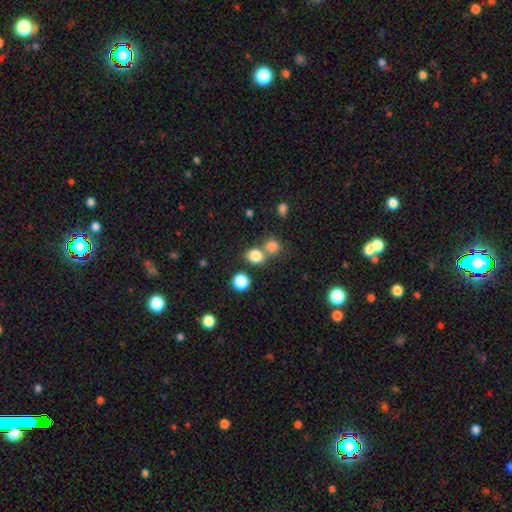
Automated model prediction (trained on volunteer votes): Smooth or featured? Predicted: smooth (p=0.81). How rounded? Predicted: round (p=0.71). Merging? Predicted: none (p=0.55).